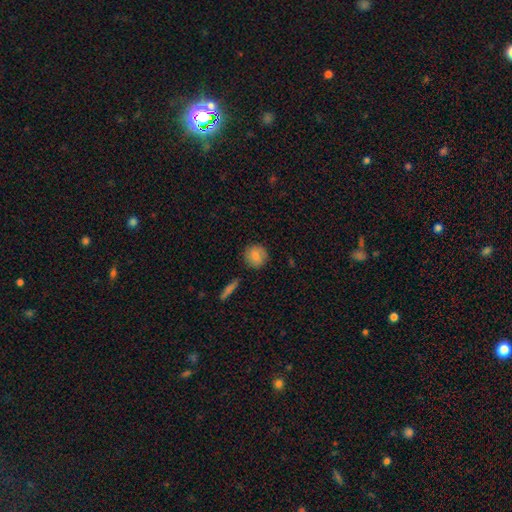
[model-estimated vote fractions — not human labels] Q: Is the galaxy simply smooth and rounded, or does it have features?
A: smooth — 79%.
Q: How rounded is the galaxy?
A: round — 90%.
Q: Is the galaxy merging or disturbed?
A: none — 84%.